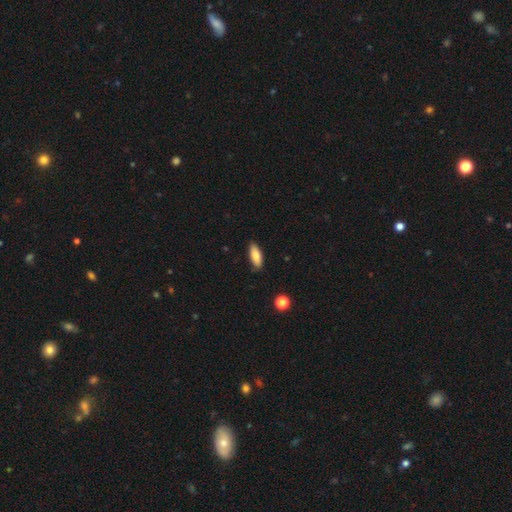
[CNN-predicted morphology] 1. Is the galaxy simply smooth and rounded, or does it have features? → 82% smooth, 11% featured or disk, 7% star or artifact.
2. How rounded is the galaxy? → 71% in between, 27% cigar-shaped, 2% round.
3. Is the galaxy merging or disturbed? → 84% none, 13% minor disturbance, 2% major disturbance, 1% merger.